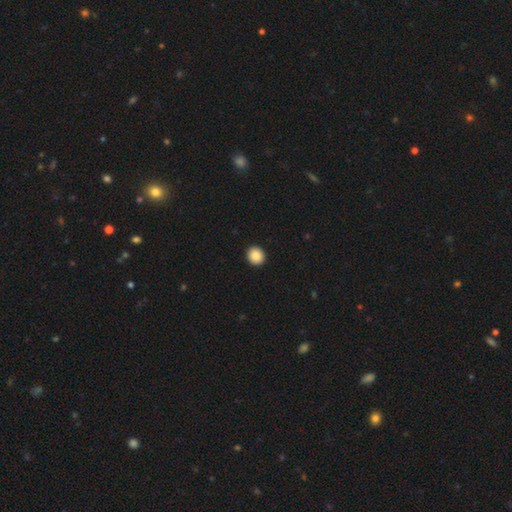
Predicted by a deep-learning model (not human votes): Q: Smooth or featured?
A: smooth (88%); runner-up: star or artifact (9%)
Q: How rounded?
A: round (89%); runner-up: in between (10%)
Q: Merging?
A: none (94%); runner-up: minor disturbance (4%)